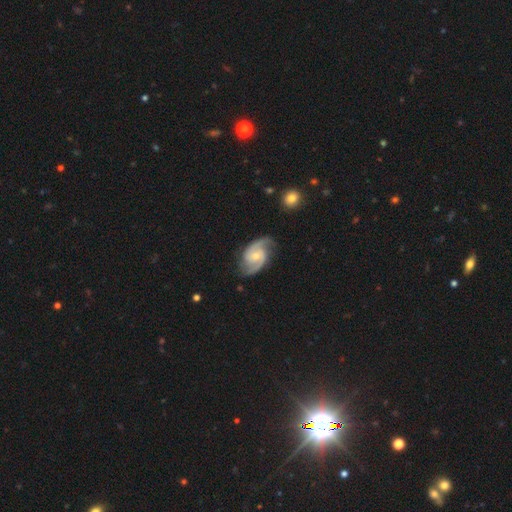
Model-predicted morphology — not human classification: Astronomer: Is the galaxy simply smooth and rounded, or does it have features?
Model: featured or disk — 90%.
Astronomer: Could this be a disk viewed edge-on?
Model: no — 97%.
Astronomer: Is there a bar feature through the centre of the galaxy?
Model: no — 48% (runner-up: weak, 43%).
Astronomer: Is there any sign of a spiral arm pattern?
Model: yes — 98%.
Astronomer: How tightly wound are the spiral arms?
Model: medium — 57%.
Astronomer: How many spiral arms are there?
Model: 2 — 91%.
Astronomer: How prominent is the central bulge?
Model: small — 48% (runner-up: moderate, 46%).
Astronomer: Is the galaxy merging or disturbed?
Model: none — 79%.